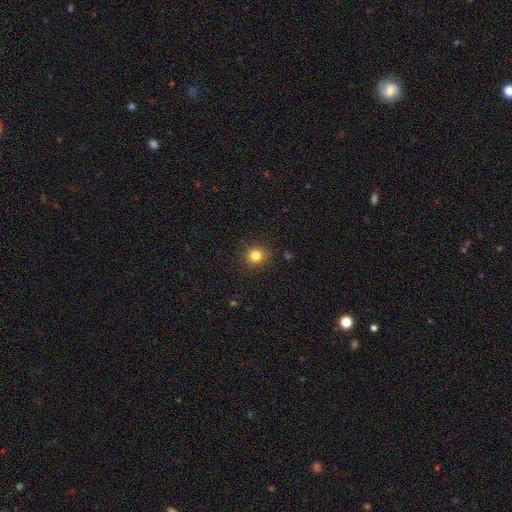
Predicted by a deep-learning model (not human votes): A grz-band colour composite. It shows a smooth galaxy with no disk features (82%) that is round (88%). Merging: none (89%).